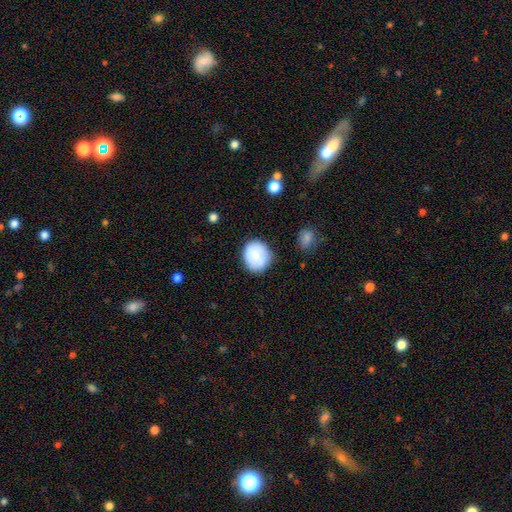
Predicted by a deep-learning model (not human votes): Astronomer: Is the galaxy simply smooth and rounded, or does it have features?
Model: smooth — 77%.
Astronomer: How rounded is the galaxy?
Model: round — 75%.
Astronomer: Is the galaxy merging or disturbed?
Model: none — 74%.